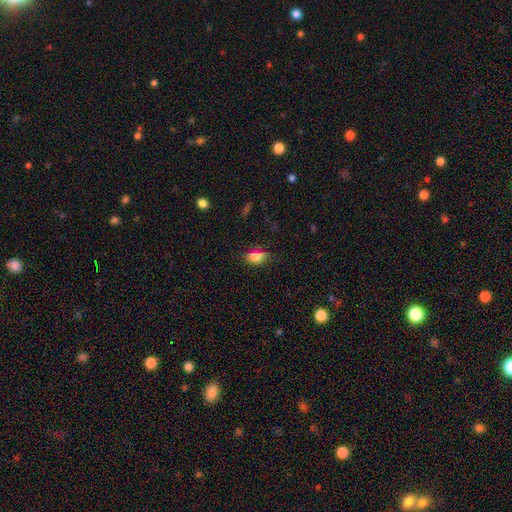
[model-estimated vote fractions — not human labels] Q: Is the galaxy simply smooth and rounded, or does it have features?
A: smooth — 76%.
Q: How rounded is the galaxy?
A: in between — 83%.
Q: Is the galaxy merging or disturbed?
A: none — 72%.